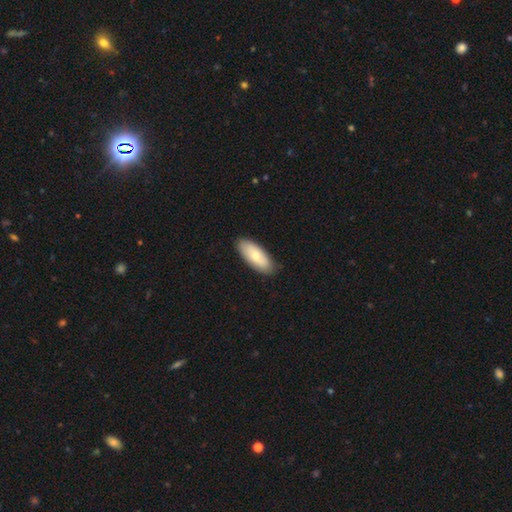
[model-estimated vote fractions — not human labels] Smooth or featured? Predicted: smooth (p=0.72). How rounded? Predicted: in between (p=0.83). Merging? Predicted: none (p=0.86).